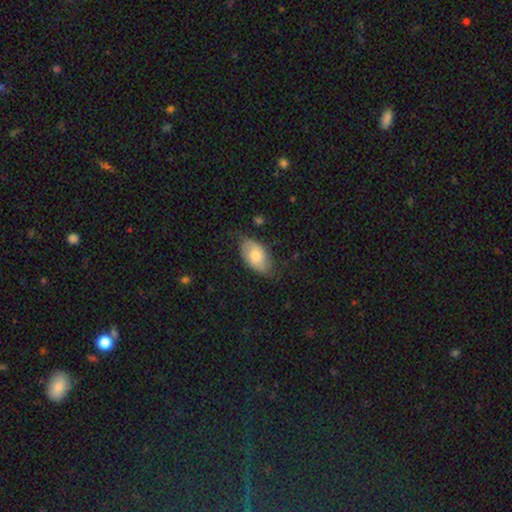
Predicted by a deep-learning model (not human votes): Smooth or featured? Predicted: smooth (p=0.72). How rounded? Predicted: in between (p=0.94). Merging? Predicted: none (p=0.70).